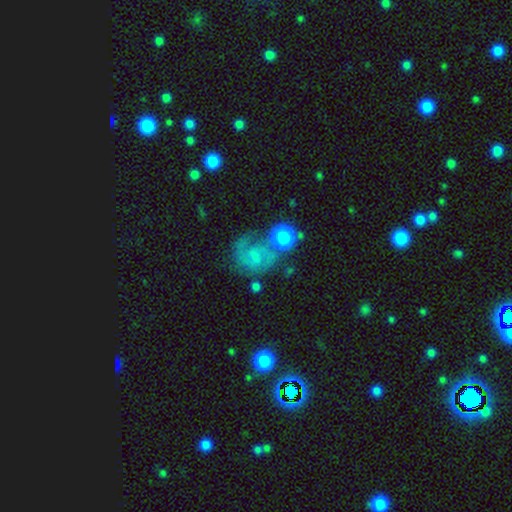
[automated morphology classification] This is likely a featured or disk galaxy (62%). It is clearly not viewed edge-on (98%). Bar: likely no (61%). Spiral arm pattern: clearly yes (88%). Spiral arm count: possibly 2 (59%). Spiral winding: possibly medium (47%). Central bulge: possibly small (48%). Merging: possibly none (47%).